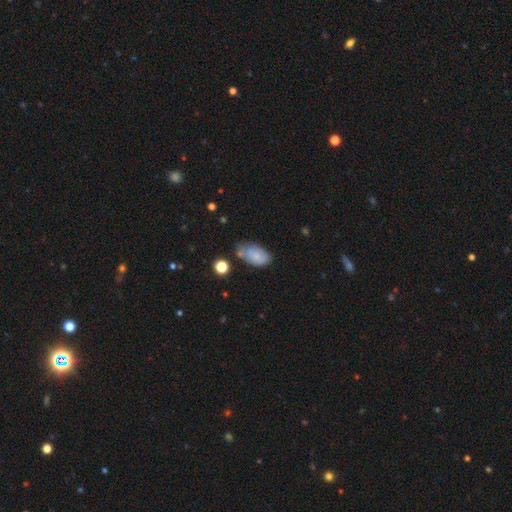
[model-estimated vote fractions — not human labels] Morphology: type=smooth (72%); roundness=in between (92%); merging=none (42%).